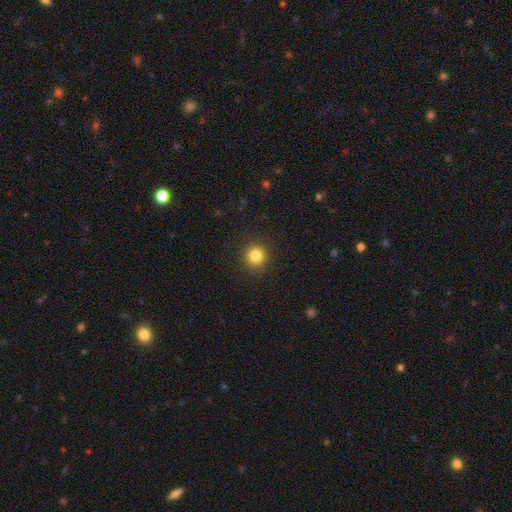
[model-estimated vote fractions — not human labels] smooth_or_featured: smooth (p=0.84) [alt: star or artifact p=0.12]
how_rounded: round (p=0.93) [alt: in between p=0.06]
merging: none (p=0.91) [alt: minor disturbance p=0.06]